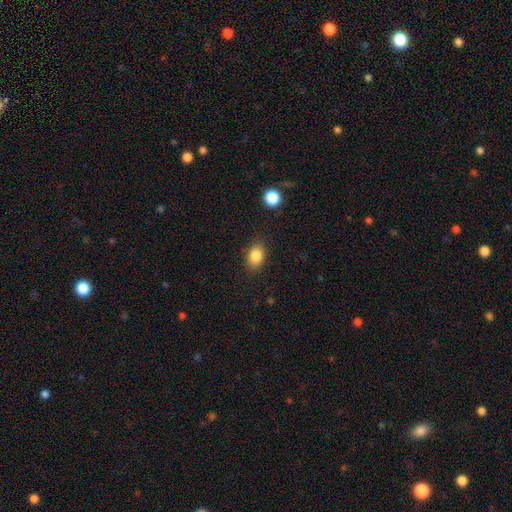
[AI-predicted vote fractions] This appears to be a smooth galaxy with no disk features (85%) that is in between round and cigar-shaped (72%). Merging: none (84%).